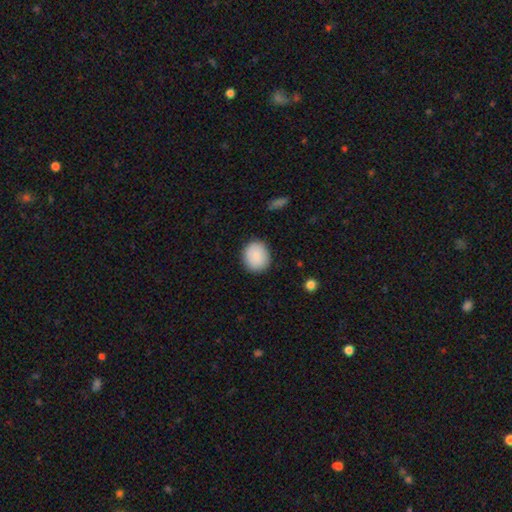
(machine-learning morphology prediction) A smooth galaxy with no disk features (89%) that is round (73%). Merging: none (88%).